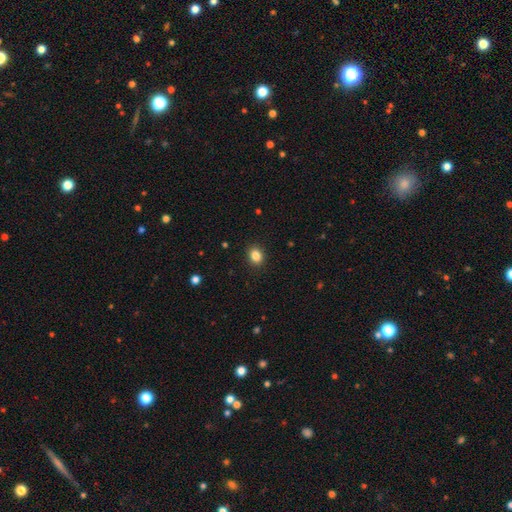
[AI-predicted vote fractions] Smooth or featured: smooth — 85% (star or artifact — 11%)
How rounded: round — 57% (in between — 43%)
Merging: none — 90% (minor disturbance — 7%)